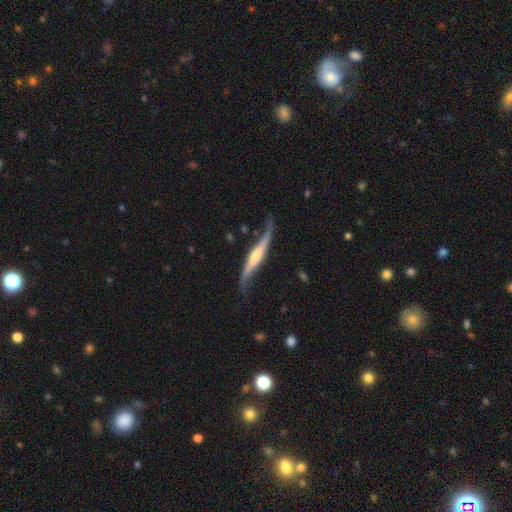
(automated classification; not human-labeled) Smooth or featured: featured or disk — 82% (smooth — 13%)
Edge-on disk: yes — 64% (no — 36%)
Edge-on bulge: rounded — 59% (boxy — 23%)
Merging: none — 59% (minor disturbance — 25%)